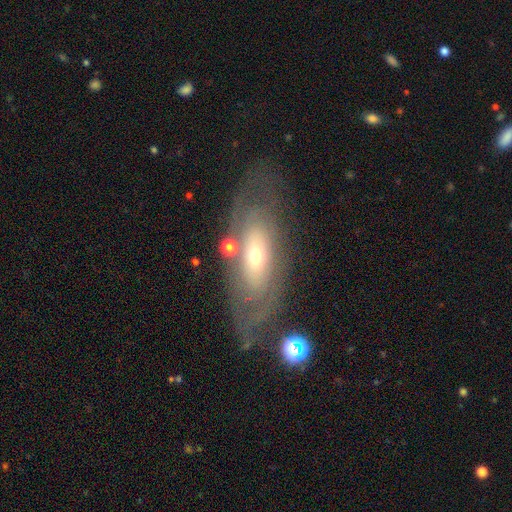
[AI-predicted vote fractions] smooth_or_featured: featured or disk (p=0.64) [alt: smooth p=0.27]
disk_edge_on: no (p=0.82) [alt: yes p=0.18]
bar: no (p=0.80) [alt: weak p=0.14]
has_spiral_arms: yes (p=0.56) [alt: no p=0.44]
bulge_size: moderate (p=0.47) [alt: small p=0.45]
merging: none (p=0.63) [alt: minor disturbance p=0.18]